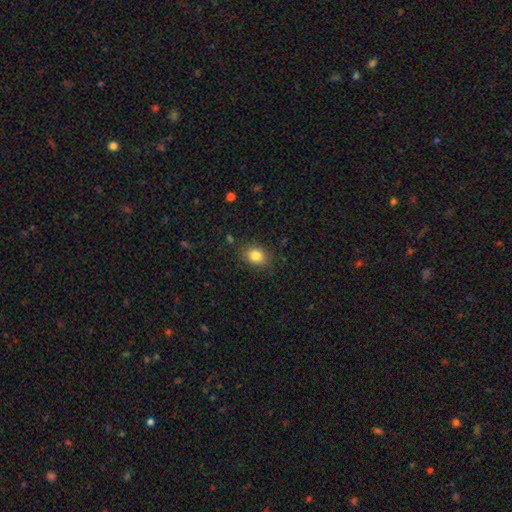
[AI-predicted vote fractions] The model was most divided on "how rounded": in between: 66%, round: 33%, cigar-shaped: 1%. More confident: merging — none (85%); smooth or featured — smooth (84%).